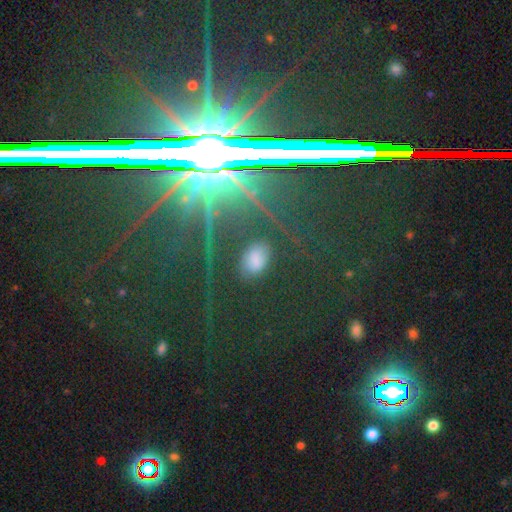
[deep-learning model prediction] Q: Smooth or featured?
A: star or artifact (71%); runner-up: featured or disk (17%)